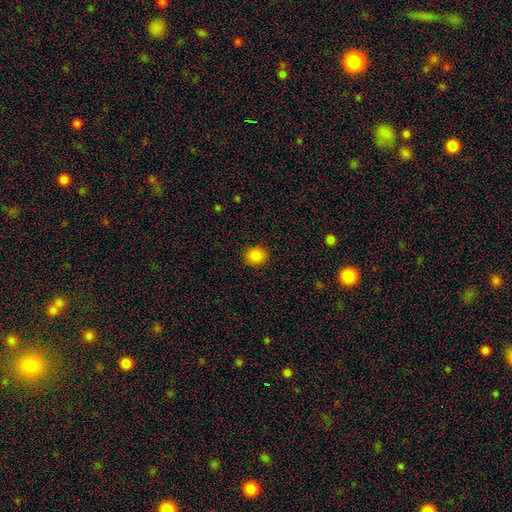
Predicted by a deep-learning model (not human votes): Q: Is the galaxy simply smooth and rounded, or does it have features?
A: smooth — 85%.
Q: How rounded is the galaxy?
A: round — 76%.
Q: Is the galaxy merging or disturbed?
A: none — 90%.